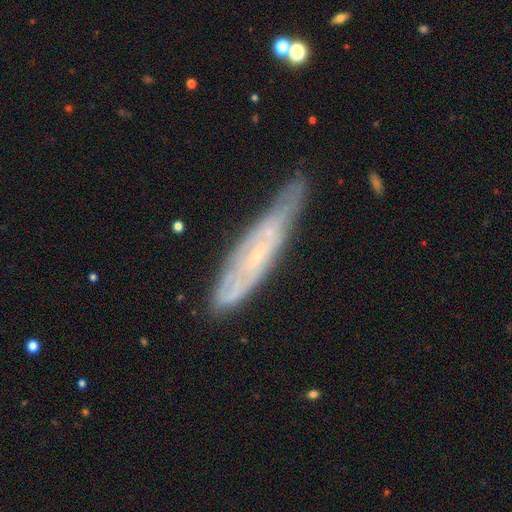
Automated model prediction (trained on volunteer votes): Smooth or featured: featured or disk — 66% (smooth — 26%)
Edge-on disk: no — 52% (yes — 48%)
Merging: none — 65% (minor disturbance — 26%)